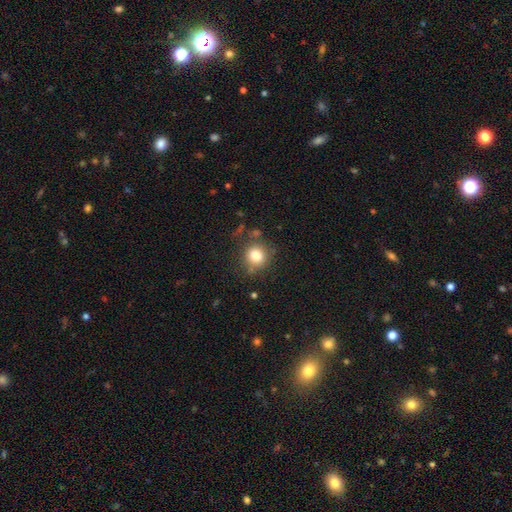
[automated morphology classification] Smooth or featured? smooth (81%)
How rounded? round (88%)
Merging? none (77%)